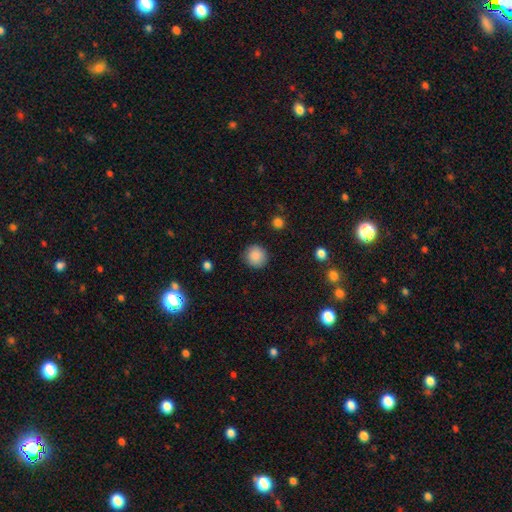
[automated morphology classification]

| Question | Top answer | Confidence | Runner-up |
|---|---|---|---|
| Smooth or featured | smooth | 88% | star or artifact (9%) |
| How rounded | round | 92% | in between (7%) |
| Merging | none | 89% | minor disturbance (7%) |